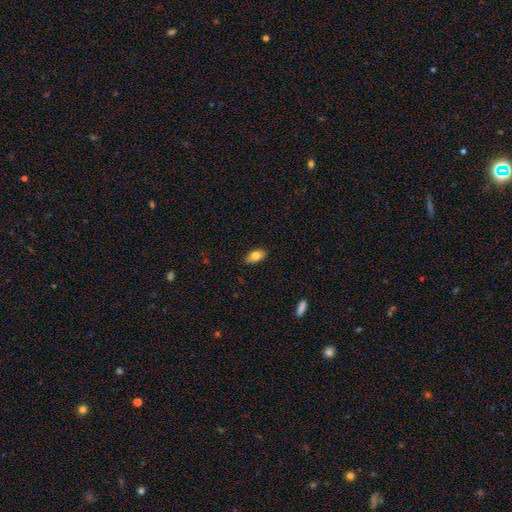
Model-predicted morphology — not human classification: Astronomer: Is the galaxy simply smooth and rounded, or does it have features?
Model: smooth — 79%.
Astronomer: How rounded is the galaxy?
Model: in between — 90%.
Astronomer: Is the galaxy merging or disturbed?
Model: none — 87%.